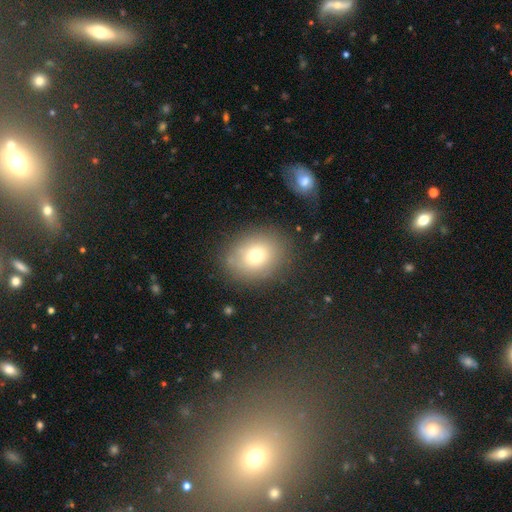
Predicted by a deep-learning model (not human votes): Q: Smooth or featured?
A: smooth (73%); runner-up: featured or disk (14%)
Q: How rounded?
A: round (54%); runner-up: in between (45%)
Q: Merging?
A: none (80%); runner-up: minor disturbance (12%)